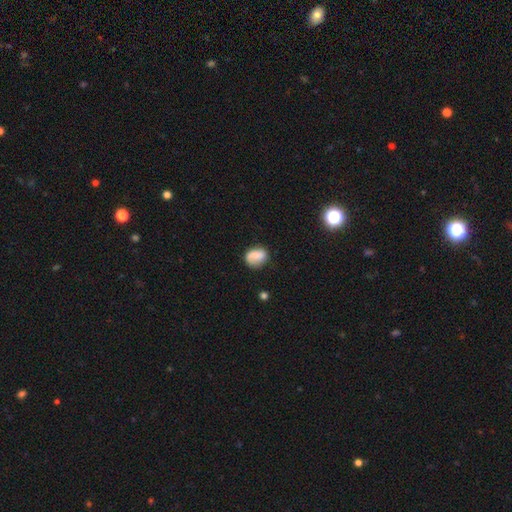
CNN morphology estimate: This is likely a smooth galaxy (66%). How rounded: possibly in between (54%). Merging: likely none (64%).